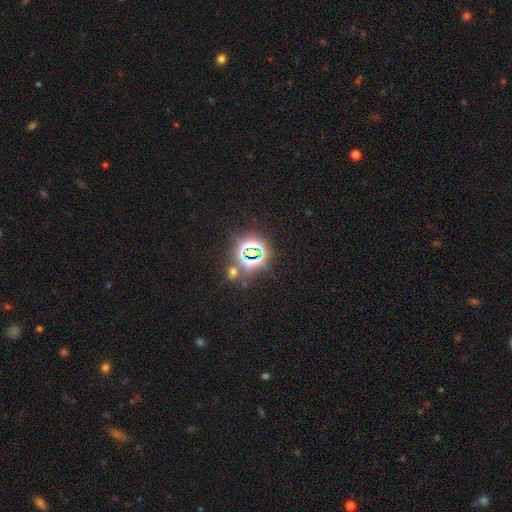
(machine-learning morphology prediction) smooth_or_featured: star or artifact (p=0.83) [alt: smooth p=0.11]